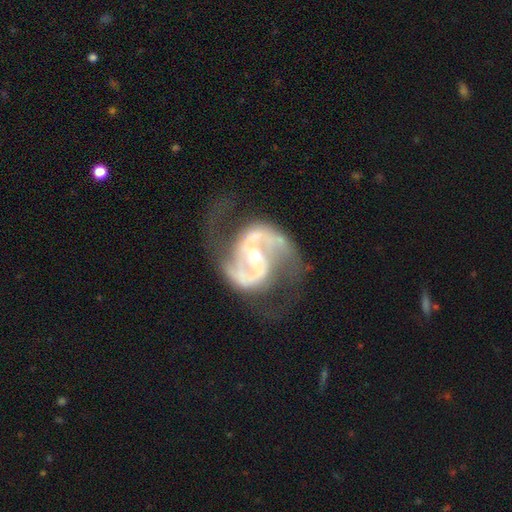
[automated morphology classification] Smooth or featured?
  - featured or disk: 91% *
  - star or artifact: 5%
  - smooth: 4%
Edge-on disk?
  - no: 98% *
  - yes: 2%
Bar?
  - weak: 38% *
  - strong: 32%
  - no: 30%
Spiral arms?
  - yes: 97% *
  - no: 3%
Spiral winding?
  - medium: 57% *
  - loose: 26%
  - tight: 18%
Spiral arm count?
  - 2: 91% *
  - can't tell: 3%
  - 3: 2%
  - 1: 2%
  - 4: 1%
  - more than 4: 1%
Bulge size?
  - moderate: 60% *
  - small: 34%
  - large: 3%
  - none: 1%
  - dominant: 1%
Merging?
  - none: 62% *
  - minor disturbance: 19%
  - major disturbance: 17%
  - merger: 2%